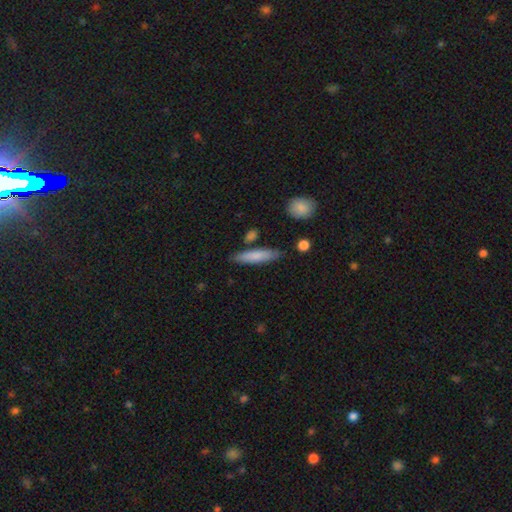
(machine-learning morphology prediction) The model was most divided on "smooth or featured": smooth: 78%, featured or disk: 16%, star or artifact: 6%. More confident: merging — none (82%); how rounded — cigar-shaped (81%).